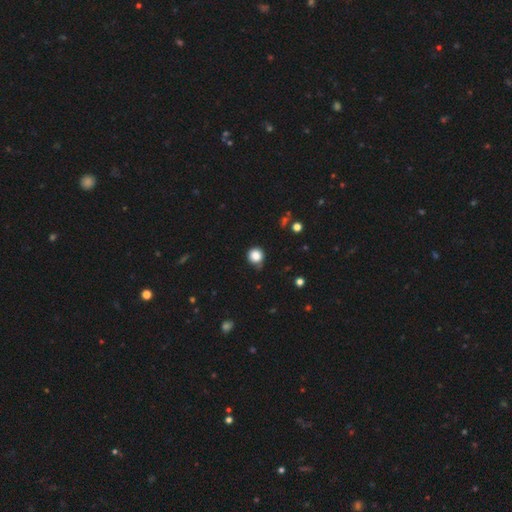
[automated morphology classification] Smooth or featured? Predicted: smooth (p=0.85). How rounded? Predicted: round (p=0.92). Merging? Predicted: none (p=0.77).